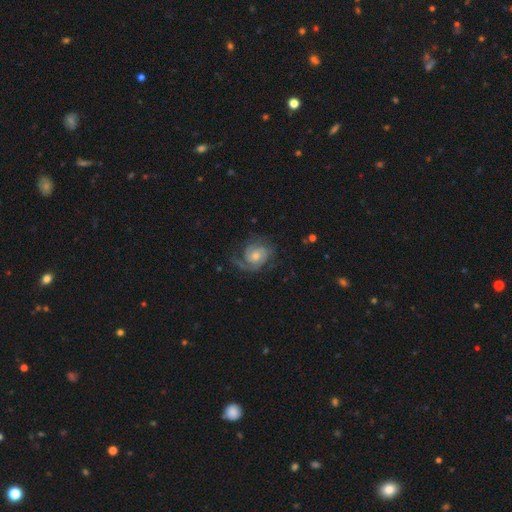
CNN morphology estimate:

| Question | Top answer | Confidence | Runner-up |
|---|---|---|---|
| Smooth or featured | featured or disk | 84% | smooth (11%) |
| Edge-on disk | no | 98% | yes (2%) |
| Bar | no | 66% | weak (29%) |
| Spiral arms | yes | 96% | no (4%) |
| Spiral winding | tight | 53% | medium (37%) |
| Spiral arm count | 2 | 58% | 3 (15%) |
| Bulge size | moderate | 49% | small (43%) |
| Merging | none | 66% | minor disturbance (19%) |